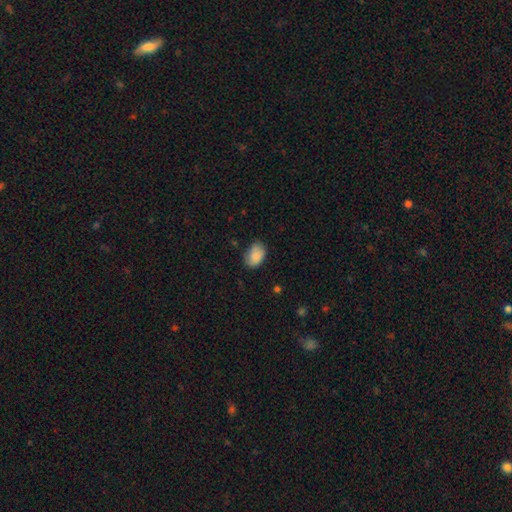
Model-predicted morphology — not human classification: smooth-or-featured: smooth: 84% | featured or disk: 8% | star or artifact: 7%
  how-rounded: in between: 84% | round: 15% | cigar-shaped: 1%
  merging: none: 71% | minor disturbance: 23% | major disturbance: 4% | merger: 1%